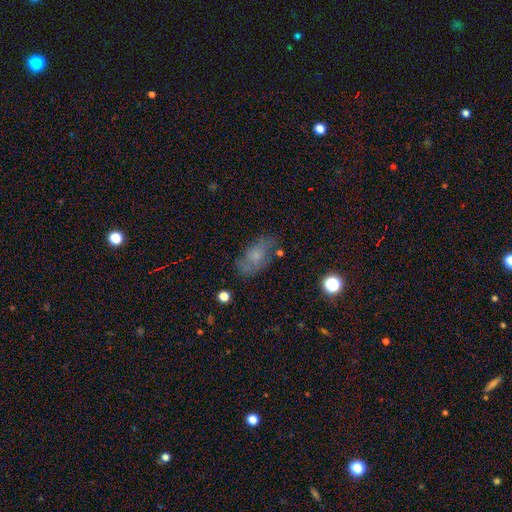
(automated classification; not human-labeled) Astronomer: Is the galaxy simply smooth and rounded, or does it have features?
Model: smooth — 55% (runner-up: featured or disk, 32%).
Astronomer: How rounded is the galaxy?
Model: in between — 86%.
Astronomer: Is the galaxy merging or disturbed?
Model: none — 63%.